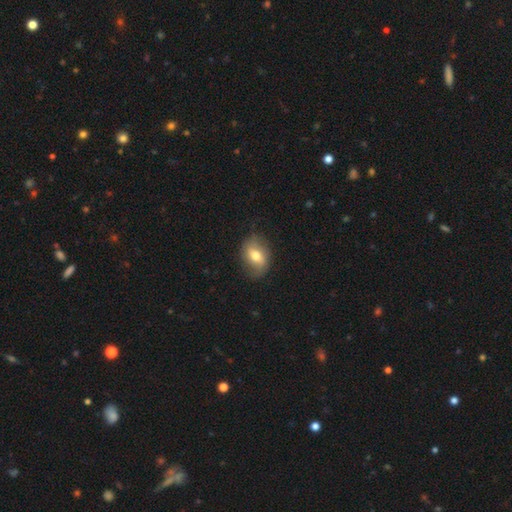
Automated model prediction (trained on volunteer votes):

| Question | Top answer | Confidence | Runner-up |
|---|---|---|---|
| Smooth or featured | smooth | 62% | featured or disk (31%) |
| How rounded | in between | 71% | round (28%) |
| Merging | none | 75% | minor disturbance (19%) |